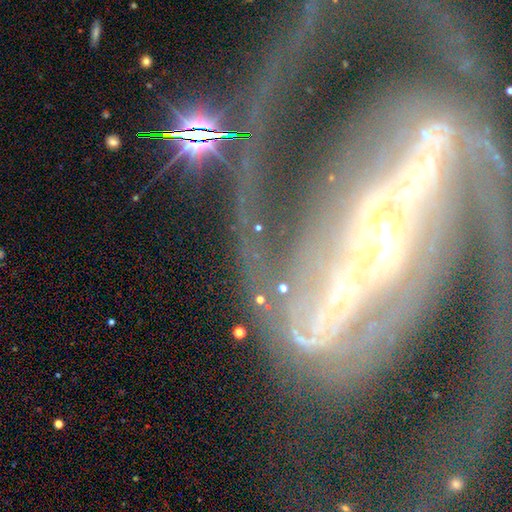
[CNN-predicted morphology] Q: Smooth or featured?
A: featured or disk (89%); runner-up: star or artifact (7%)
Q: Edge-on disk?
A: no (93%); runner-up: yes (7%)
Q: Bar?
A: strong (72%); runner-up: weak (18%)
Q: Spiral arms?
A: yes (94%); runner-up: no (6%)
Q: Spiral winding?
A: medium (42%); runner-up: loose (31%)
Q: Spiral arm count?
A: 2 (74%); runner-up: can't tell (7%)
Q: Bulge size?
A: small (44%); runner-up: moderate (43%)
Q: Merging?
A: none (46%); runner-up: major disturbance (30%)